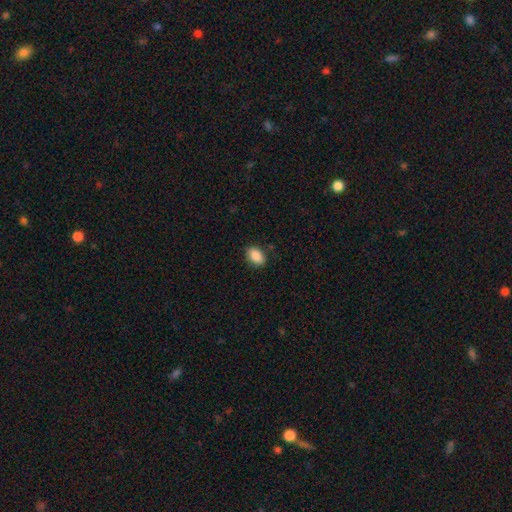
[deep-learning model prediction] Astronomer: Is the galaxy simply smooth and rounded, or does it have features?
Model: smooth — 88%.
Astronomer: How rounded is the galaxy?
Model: in between — 86%.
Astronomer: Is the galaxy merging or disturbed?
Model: none — 85%.